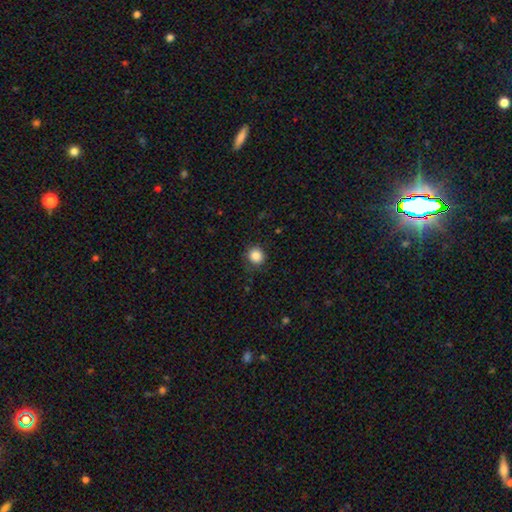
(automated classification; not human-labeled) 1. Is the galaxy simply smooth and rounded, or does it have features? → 86% smooth, 10% star or artifact, 4% featured or disk.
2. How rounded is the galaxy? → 88% round, 11% in between, 1% cigar-shaped.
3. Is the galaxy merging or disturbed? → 81% none, 14% minor disturbance, 4% major disturbance, 1% merger.